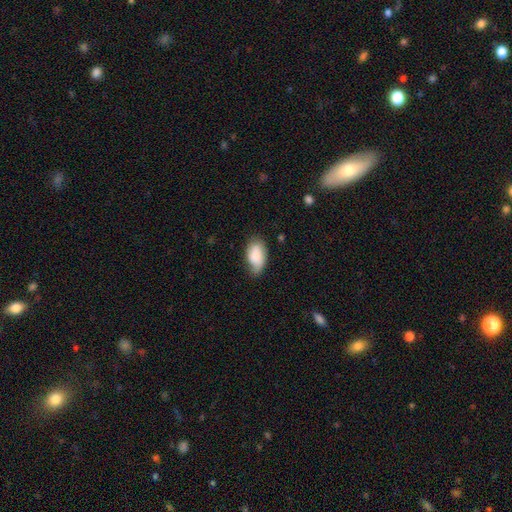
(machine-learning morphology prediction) Smooth or featured: smooth — 81% (featured or disk — 12%)
How rounded: in between — 94% (round — 4%)
Merging: none — 60% (minor disturbance — 31%)